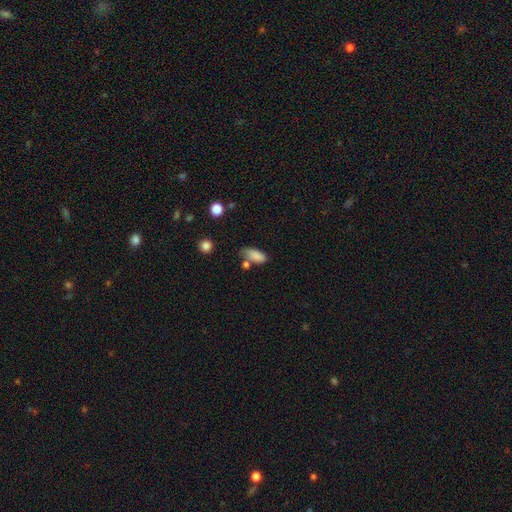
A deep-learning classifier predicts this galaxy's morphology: The model was most divided on "merging": none: 52%, minor disturbance: 26%, merger: 15%, major disturbance: 8%. More confident: how rounded — in between (85%); smooth or featured — smooth (84%).